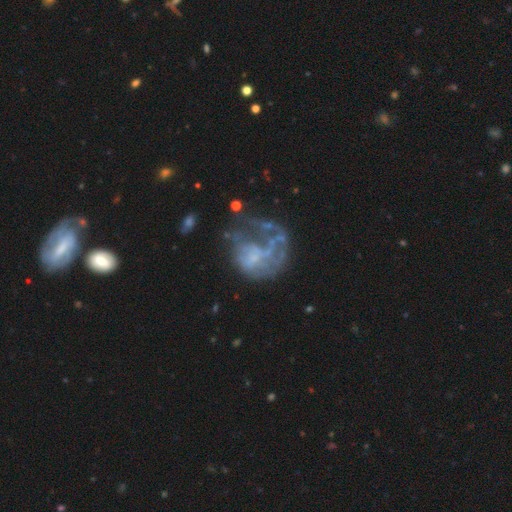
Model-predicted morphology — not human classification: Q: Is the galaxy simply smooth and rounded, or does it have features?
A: featured or disk — 67%.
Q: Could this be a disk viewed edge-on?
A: no — 98%.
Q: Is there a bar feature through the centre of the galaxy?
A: no — 79%.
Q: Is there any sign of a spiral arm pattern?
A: no — 62%.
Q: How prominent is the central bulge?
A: none — 59%.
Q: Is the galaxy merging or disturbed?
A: major disturbance — 46%.